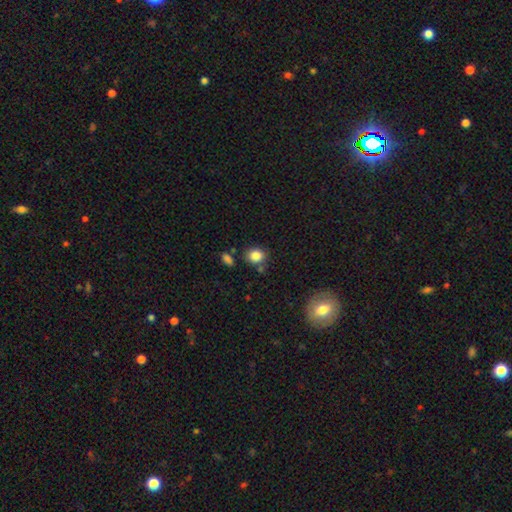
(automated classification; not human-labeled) The model was most divided on "how rounded": round: 66%, in between: 33%, cigar-shaped: 1%. More confident: smooth or featured — smooth (85%); merging — none (74%).